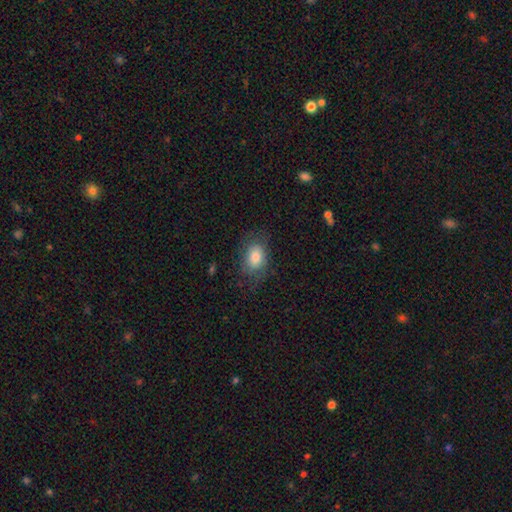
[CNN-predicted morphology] smooth_or_featured: smooth (p=0.74) [alt: featured or disk p=0.17]
how_rounded: in between (p=0.79) [alt: round p=0.19]
merging: none (p=0.72) [alt: minor disturbance p=0.19]